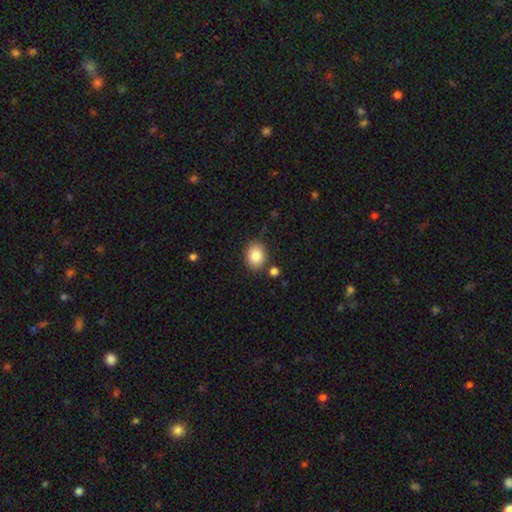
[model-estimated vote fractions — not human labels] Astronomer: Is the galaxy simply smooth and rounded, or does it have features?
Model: smooth — 86%.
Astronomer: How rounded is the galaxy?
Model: in between — 52% (runner-up: round, 47%).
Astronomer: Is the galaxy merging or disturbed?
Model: none — 82%.